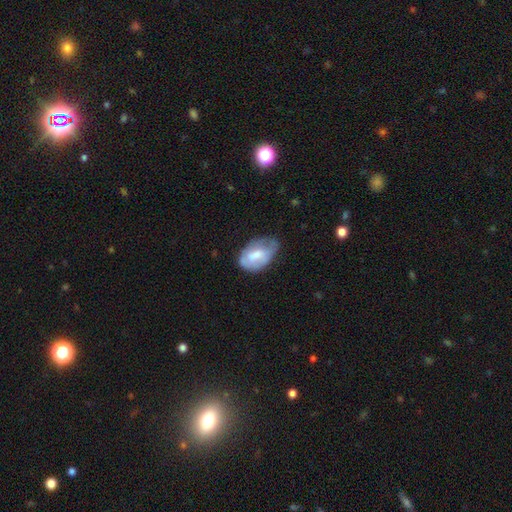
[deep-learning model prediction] Smooth or featured? Predicted: smooth (p=0.56). How rounded? Predicted: in between (p=0.88). Merging? Predicted: none (p=0.42).